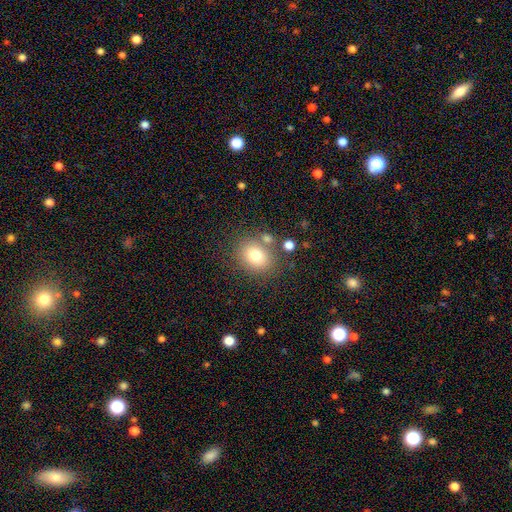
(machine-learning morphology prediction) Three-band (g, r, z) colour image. It shows a smooth galaxy with no disk features (76%) that is round (58%). Merging: none (73%).